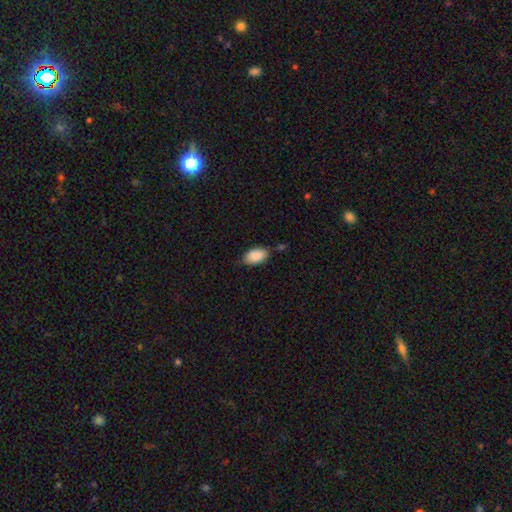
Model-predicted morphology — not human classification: Smooth or featured: smooth — 90% (star or artifact — 6%)
How rounded: in between — 94% (round — 4%)
Merging: none — 69% (minor disturbance — 23%)